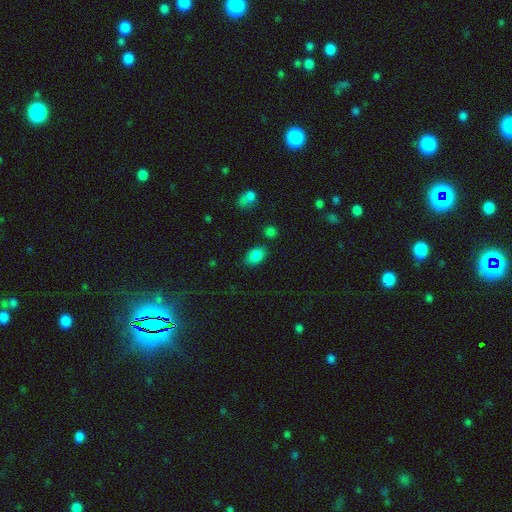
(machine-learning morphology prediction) A smooth galaxy with no disk features (84%) that is in between round and cigar-shaped (84%). Merging: none (81%).